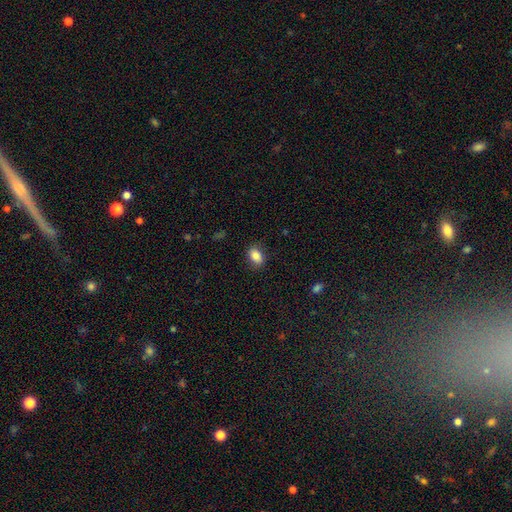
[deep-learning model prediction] A smooth galaxy with no disk features (86%) that is in between round and cigar-shaped (81%). Merging: none (84%).